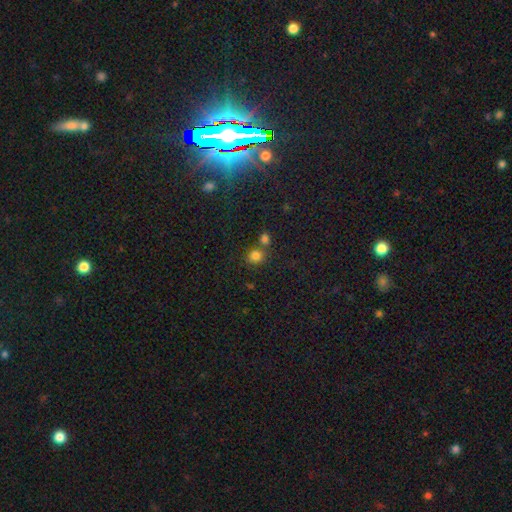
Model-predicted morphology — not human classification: smooth 80%, star or artifact 14%, featured or disk 6%. Down the decision tree: how rounded — round (82%); merging — none (62%).